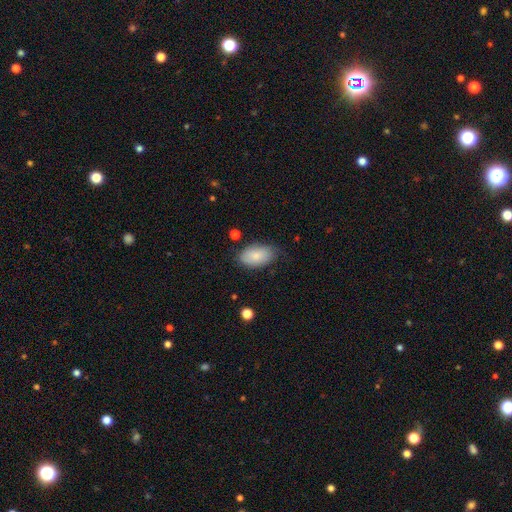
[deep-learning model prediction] smooth-or-featured: smooth: 82% | featured or disk: 11% | star or artifact: 6%
  how-rounded: in between: 93% | round: 6% | cigar-shaped: 1%
  merging: none: 68% | minor disturbance: 25% | major disturbance: 5% | merger: 2%